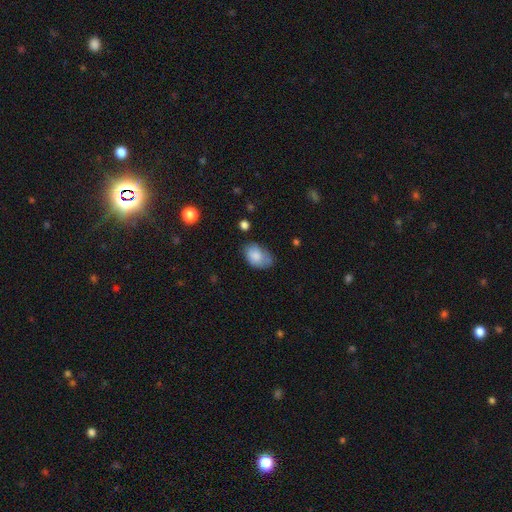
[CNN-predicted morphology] This is likely a smooth galaxy (80%). How rounded: clearly in between (85%). Merging: possibly none (49%).